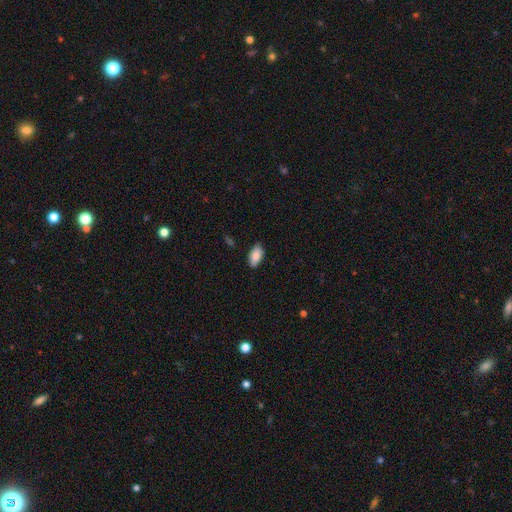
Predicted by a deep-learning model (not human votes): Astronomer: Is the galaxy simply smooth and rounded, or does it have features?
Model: smooth — 86%.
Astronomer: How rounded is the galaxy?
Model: in between — 93%.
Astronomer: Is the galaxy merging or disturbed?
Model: none — 84%.